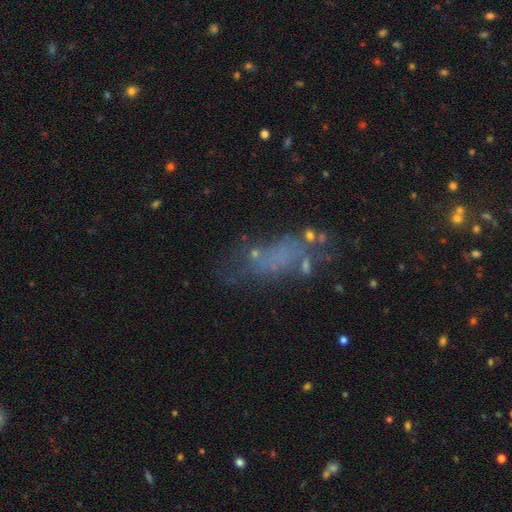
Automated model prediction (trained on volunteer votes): Morphology: type=smooth (41%); merging=none (42%).